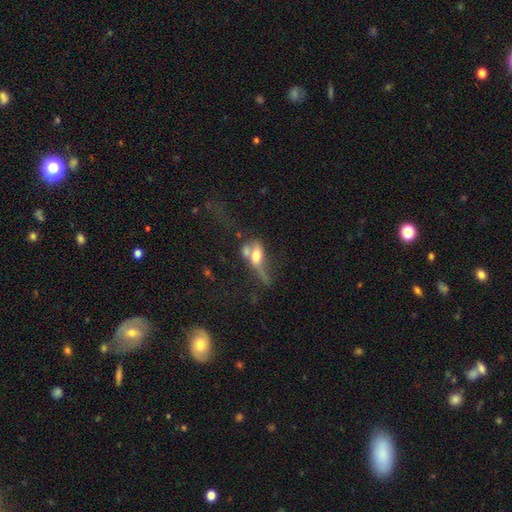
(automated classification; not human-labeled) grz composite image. It shows a smooth galaxy with no disk features (47%). Merging: merger (47%).